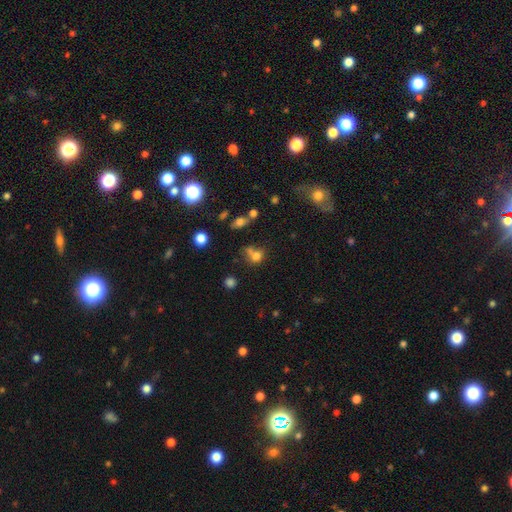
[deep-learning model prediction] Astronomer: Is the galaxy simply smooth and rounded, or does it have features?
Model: smooth — 71%.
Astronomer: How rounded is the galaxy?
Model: round — 63%.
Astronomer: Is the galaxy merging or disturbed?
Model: merger — 39%, tied with none at 39%.